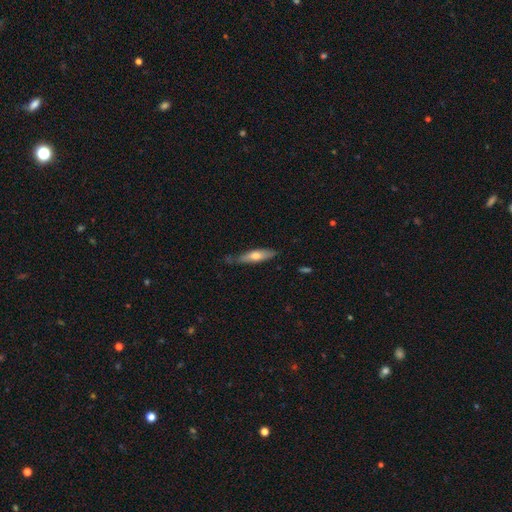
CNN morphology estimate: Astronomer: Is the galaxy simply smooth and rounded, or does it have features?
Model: smooth — 59% (runner-up: featured or disk, 35%).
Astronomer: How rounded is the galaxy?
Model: cigar-shaped — 69%.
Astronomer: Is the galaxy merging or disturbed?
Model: none — 63%.